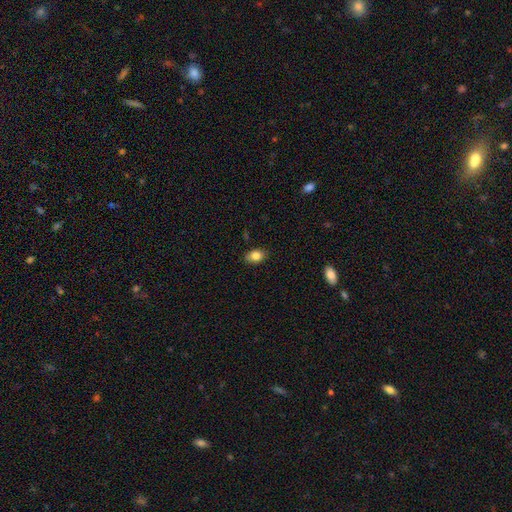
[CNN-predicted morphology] This is clearly a smooth galaxy (84%). How rounded: clearly in between (81%). Merging: clearly none (83%).